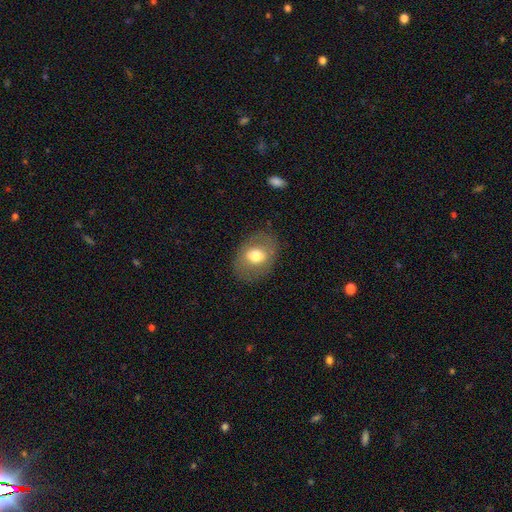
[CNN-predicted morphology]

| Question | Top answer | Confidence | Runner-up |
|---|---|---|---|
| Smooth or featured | smooth | 63% | featured or disk (30%) |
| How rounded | in between | 66% | round (33%) |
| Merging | none | 80% | minor disturbance (13%) |